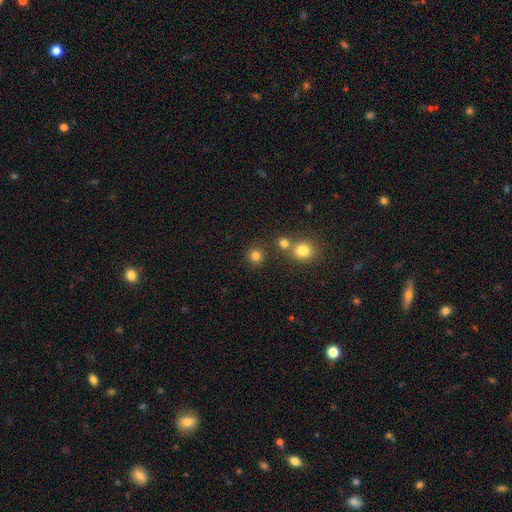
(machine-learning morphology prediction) Smooth or featured?
  - smooth: 80% *
  - star or artifact: 15%
  - featured or disk: 5%
How rounded?
  - round: 92% *
  - in between: 8%
  - cigar-shaped: 1%
Merging?
  - none: 78% *
  - merger: 12%
  - minor disturbance: 7%
  - major disturbance: 3%